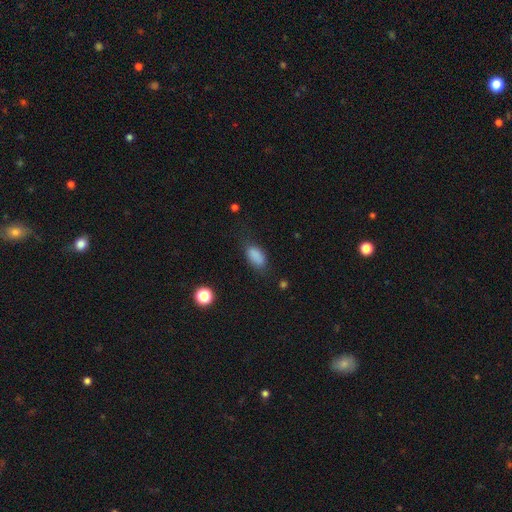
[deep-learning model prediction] Overall: smooth (86%). How rounded: in between (90%). Merging: none (71%).